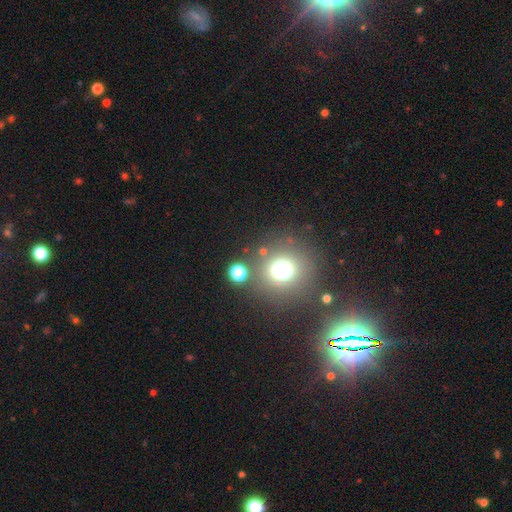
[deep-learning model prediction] Q: Smooth or featured?
A: star or artifact (51%); runner-up: smooth (39%)